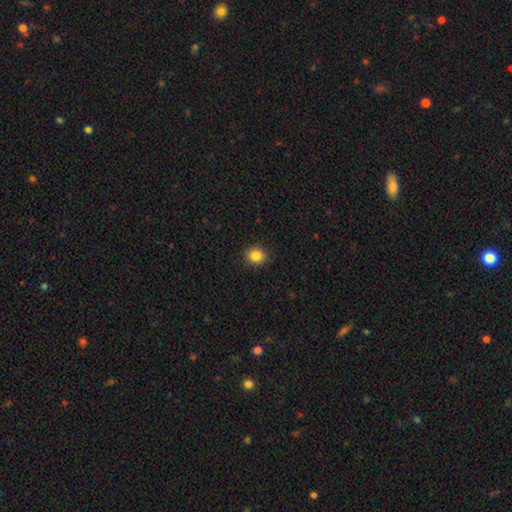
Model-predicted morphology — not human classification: A smooth galaxy with no disk features (85%) that is round (78%).

Vote fractions:
- Smooth or featured? smooth: 85% / star or artifact: 10% / featured or disk: 4%
- How rounded? round: 78% / in between: 21% / cigar-shaped: 1%
- Merging? none: 91% / minor disturbance: 6% / major disturbance: 2% / merger: 1%